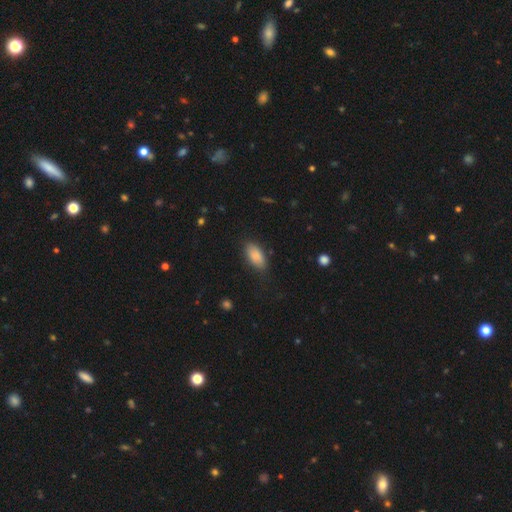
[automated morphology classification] smooth-or-featured: smooth: 87% | star or artifact: 7% | featured or disk: 6%
  how-rounded: in between: 90% | cigar-shaped: 7% | round: 3%
  merging: none: 78% | minor disturbance: 16% | major disturbance: 5% | merger: 1%